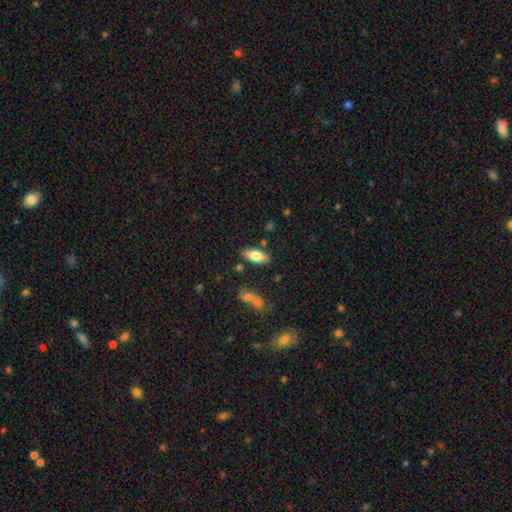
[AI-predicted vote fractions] smooth-or-featured: smooth: 71% | featured or disk: 22% | star or artifact: 7%
  how-rounded: in between: 83% | cigar-shaped: 15% | round: 3%
  merging: none: 81% | minor disturbance: 12% | merger: 4% | major disturbance: 3%